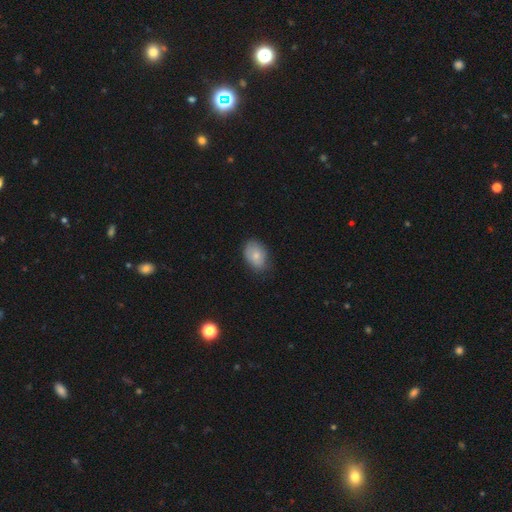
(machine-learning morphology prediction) Smooth or featured: smooth — 77% (featured or disk — 15%)
How rounded: in between — 81% (round — 17%)
Merging: none — 74% (minor disturbance — 21%)